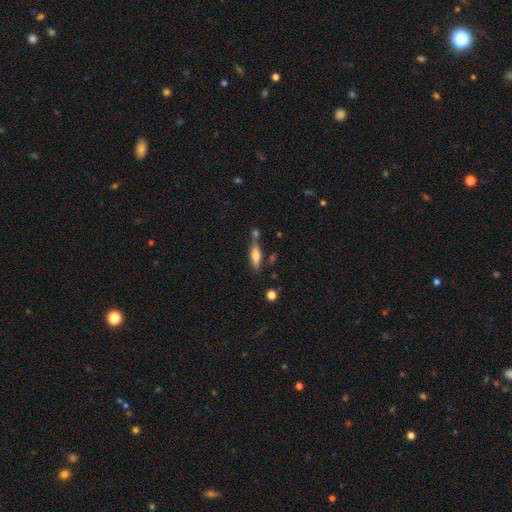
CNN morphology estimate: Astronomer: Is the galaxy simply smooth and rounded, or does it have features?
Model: smooth — 58% (runner-up: featured or disk, 35%).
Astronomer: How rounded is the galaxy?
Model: cigar-shaped — 57% (runner-up: in between, 40%).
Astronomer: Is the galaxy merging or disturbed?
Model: none — 66%.